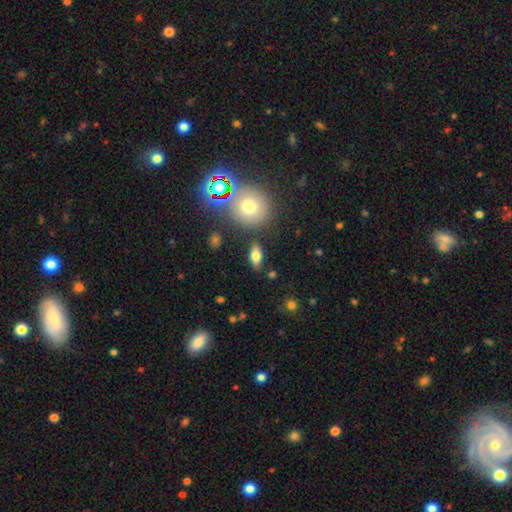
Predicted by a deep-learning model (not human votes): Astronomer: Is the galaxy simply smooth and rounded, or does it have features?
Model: smooth — 73%.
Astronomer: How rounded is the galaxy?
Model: in between — 83%.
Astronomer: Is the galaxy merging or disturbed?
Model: none — 83%.